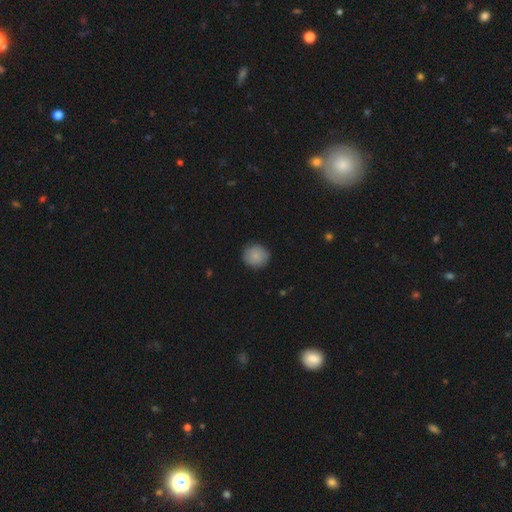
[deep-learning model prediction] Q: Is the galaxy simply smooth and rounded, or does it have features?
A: smooth — 88%.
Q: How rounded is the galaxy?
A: round — 89%.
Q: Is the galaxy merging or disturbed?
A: none — 89%.